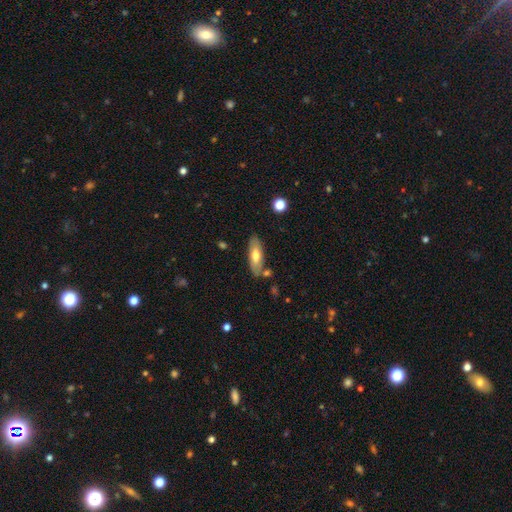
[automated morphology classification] type=smooth (61%); roundness=in between (63%); merging=none (77%).